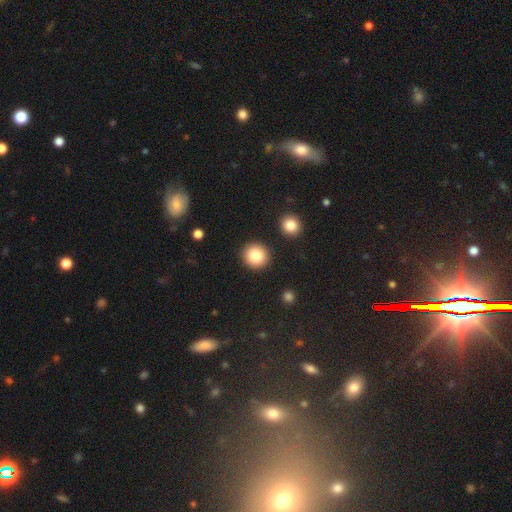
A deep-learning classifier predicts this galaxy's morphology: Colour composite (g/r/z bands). It shows a smooth galaxy with no disk features (85%) that is round (93%). Merging: none (89%).